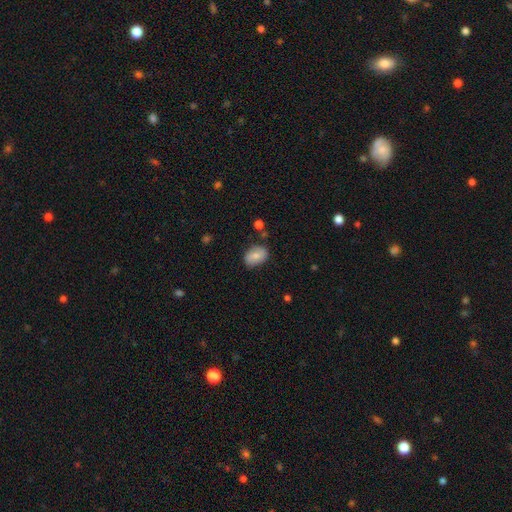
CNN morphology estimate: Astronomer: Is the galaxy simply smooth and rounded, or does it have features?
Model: smooth — 77%.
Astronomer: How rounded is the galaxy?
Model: in between — 82%.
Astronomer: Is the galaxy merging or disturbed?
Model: none — 77%.